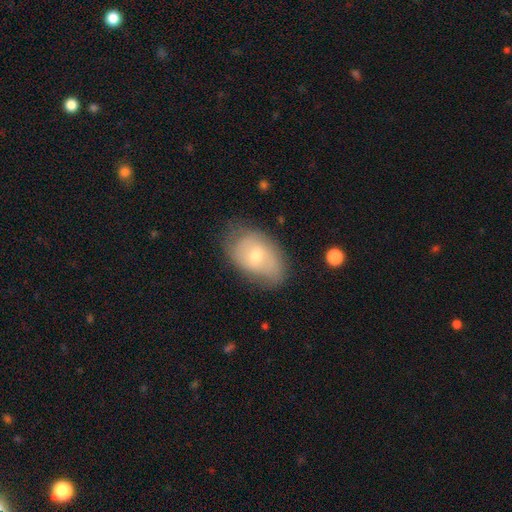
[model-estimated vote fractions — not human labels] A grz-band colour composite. It shows a smooth galaxy with no disk features (52%) that is in between round and cigar-shaped (86%). Merging: none (65%).